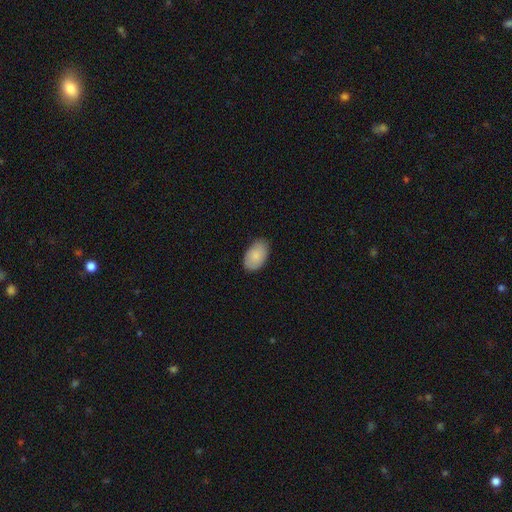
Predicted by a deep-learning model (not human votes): Morphology: type=smooth (85%); roundness=in between (93%); merging=none (81%).